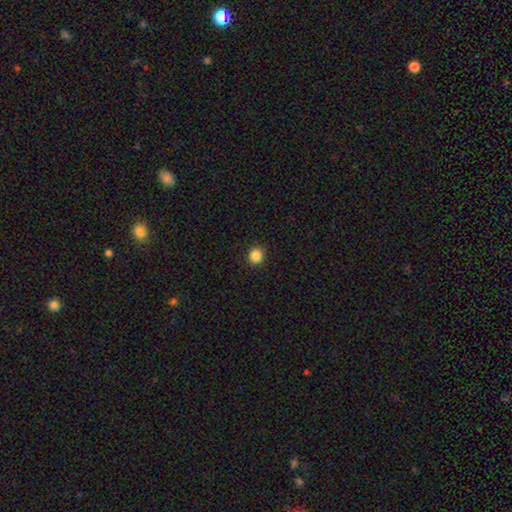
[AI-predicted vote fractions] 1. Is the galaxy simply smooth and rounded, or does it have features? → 86% smooth, 11% star or artifact, 3% featured or disk.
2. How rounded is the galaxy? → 89% round, 11% in between, 1% cigar-shaped.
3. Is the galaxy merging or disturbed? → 92% none, 5% minor disturbance, 2% major disturbance, 1% merger.